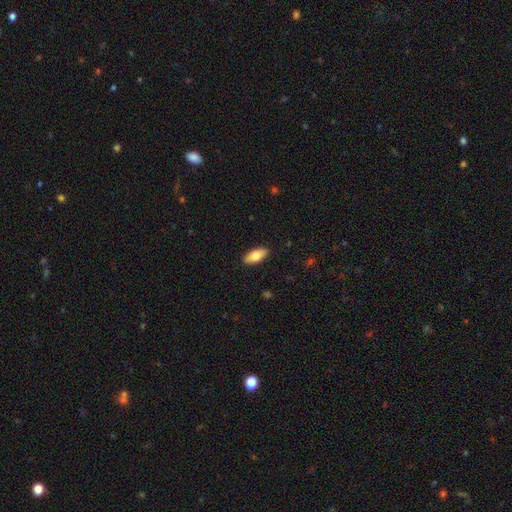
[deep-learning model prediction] Morphology: type=smooth (78%); roundness=in between (85%); merging=none (90%).